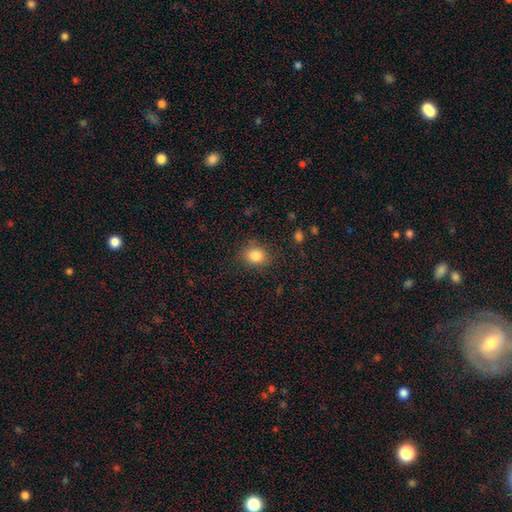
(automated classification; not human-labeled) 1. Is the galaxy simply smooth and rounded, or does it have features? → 84% smooth, 10% star or artifact, 6% featured or disk.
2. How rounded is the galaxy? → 62% round, 37% in between, 1% cigar-shaped.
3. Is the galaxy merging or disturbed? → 83% none, 12% minor disturbance, 4% major disturbance, 1% merger.